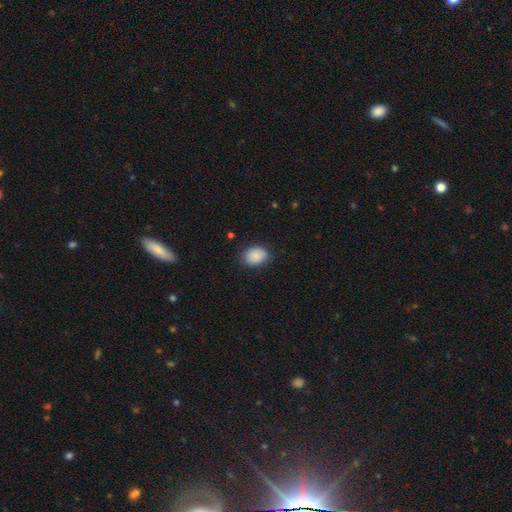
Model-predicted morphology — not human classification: smooth_or_featured: smooth (p=0.88) [alt: star or artifact p=0.07]
how_rounded: in between (p=0.65) [alt: round p=0.34]
merging: none (p=0.80) [alt: minor disturbance p=0.16]